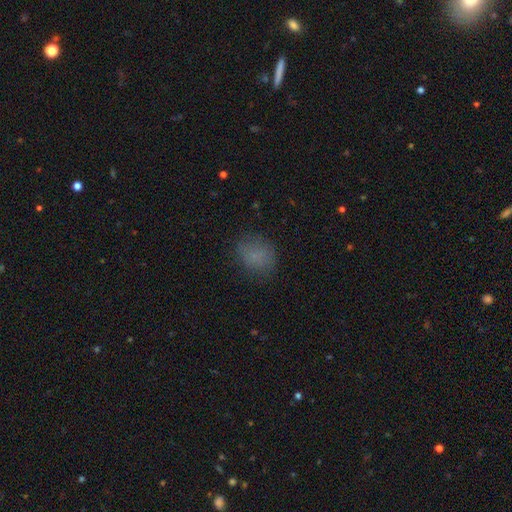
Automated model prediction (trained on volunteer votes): smooth-or-featured: smooth: 75% | star or artifact: 15% | featured or disk: 10%
  how-rounded: round: 57% | in between: 41% | cigar-shaped: 1%
  merging: none: 74% | minor disturbance: 17% | major disturbance: 7% | merger: 1%